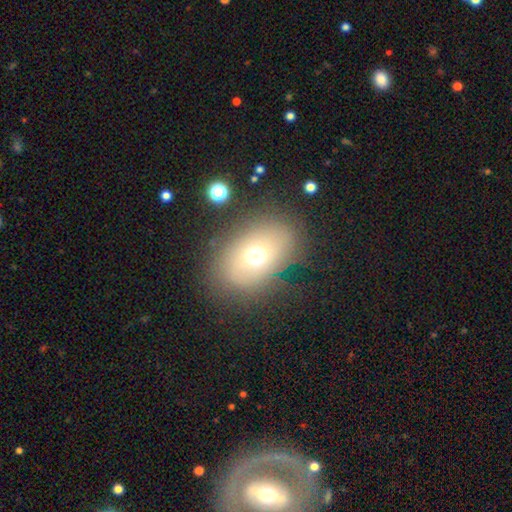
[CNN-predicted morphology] Smooth or featured? smooth (63%)
How rounded? in between (71%)
Merging? none (74%)